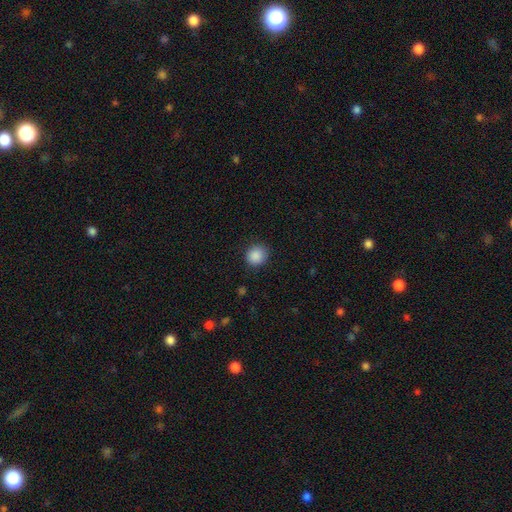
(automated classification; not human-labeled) This appears to be a smooth galaxy with no disk features (88%) that is round (85%). Merging: none (87%).